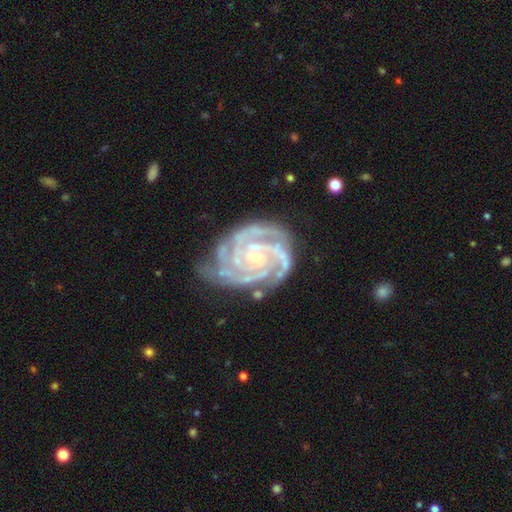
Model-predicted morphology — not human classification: Q: Smooth or featured?
A: featured or disk (93%); runner-up: star or artifact (4%)
Q: Edge-on disk?
A: no (98%); runner-up: yes (2%)
Q: Bar?
A: no (67%); runner-up: weak (22%)
Q: Spiral arms?
A: yes (99%); runner-up: no (1%)
Q: Spiral winding?
A: tight (79%); runner-up: medium (19%)
Q: Spiral arm count?
A: 3 (38%); runner-up: 4 (26%)
Q: Bulge size?
A: small (79%); runner-up: moderate (15%)
Q: Merging?
A: none (68%); runner-up: minor disturbance (23%)